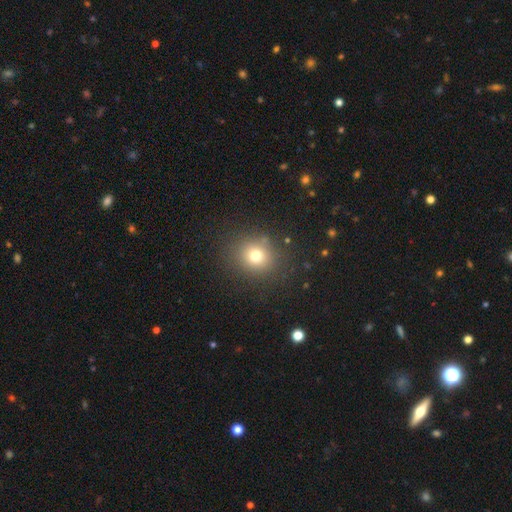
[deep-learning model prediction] A smooth galaxy with no disk features (72%) that is round (80%).

Vote fractions:
- Smooth or featured? smooth: 72% / star or artifact: 18% / featured or disk: 10%
- How rounded? round: 80% / in between: 19% / cigar-shaped: 1%
- Merging? none: 85% / minor disturbance: 9% / major disturbance: 4% / merger: 2%